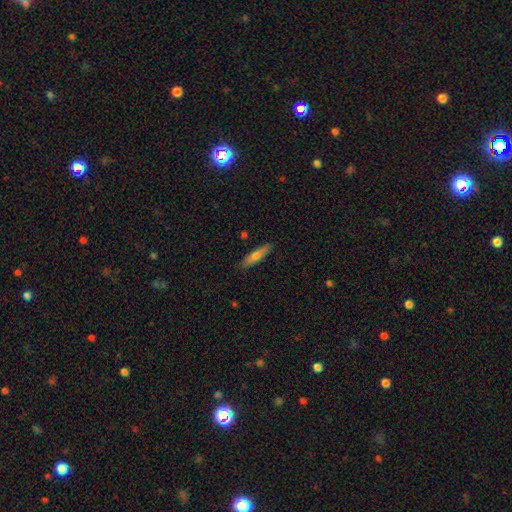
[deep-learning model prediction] Morphology: type=smooth (66%); roundness=cigar-shaped (78%); merging=none (87%).